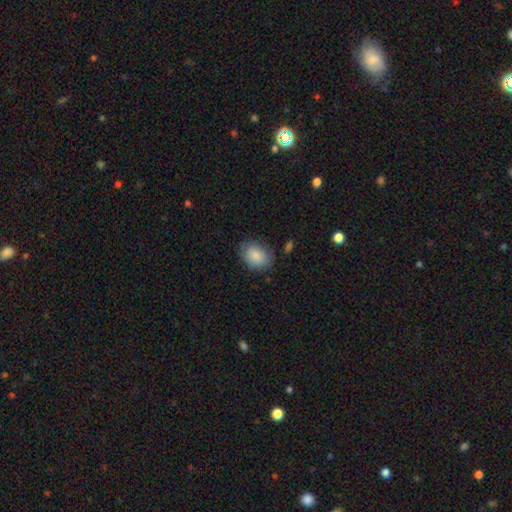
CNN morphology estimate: A smooth galaxy with no disk features (86%) that is in between round and cigar-shaped (69%). Merging: none (76%).